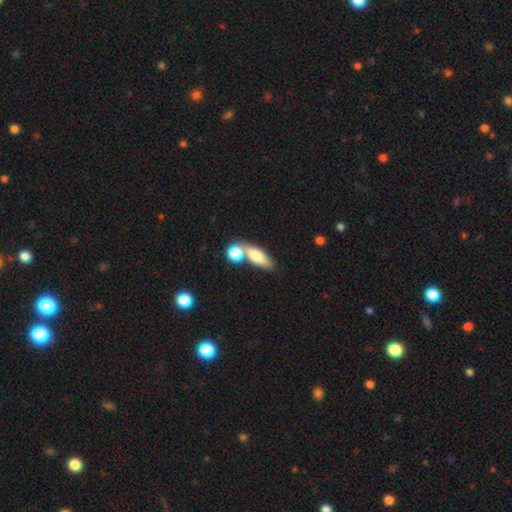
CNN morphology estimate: This appears to be a smooth galaxy with no disk features (70%) that is in between round and cigar-shaped (62%). Merging: none (45%).